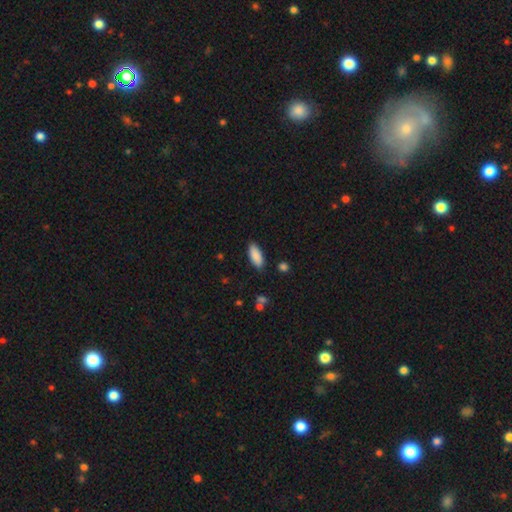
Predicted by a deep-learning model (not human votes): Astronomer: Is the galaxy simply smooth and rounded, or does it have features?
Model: smooth — 88%.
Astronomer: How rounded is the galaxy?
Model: in between — 82%.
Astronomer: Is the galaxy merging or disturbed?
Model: none — 87%.